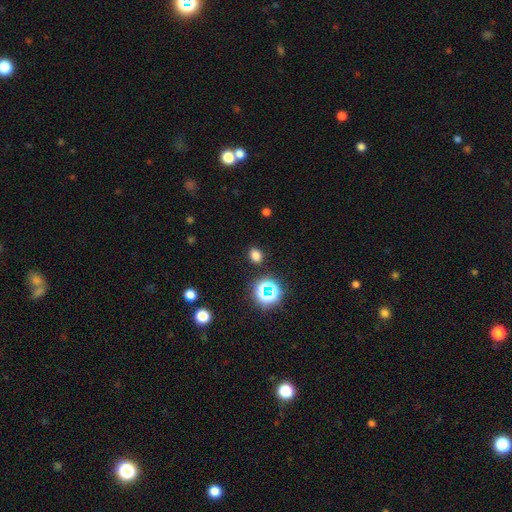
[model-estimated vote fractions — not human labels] A smooth galaxy with no disk features (73%) that is in between round and cigar-shaped (52%).

Vote fractions:
- Smooth or featured? smooth: 73% / star or artifact: 22% / featured or disk: 5%
- How rounded? in between: 52% / round: 47% / cigar-shaped: 1%
- Merging? none: 87% / minor disturbance: 8% / major disturbance: 3% / merger: 2%